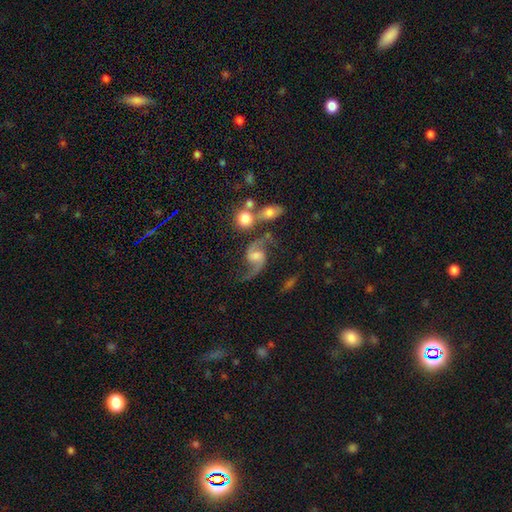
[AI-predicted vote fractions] Overall: featured or disk (89%). Edge-on disk: no (97%). Bar: weak (44%; no 43%). Spiral arms: yes (97%). Spiral arm count: 2 (94%). Spiral winding: loose (69%). Bulge size: moderate (47%; small 28%). Merging: none (63%).